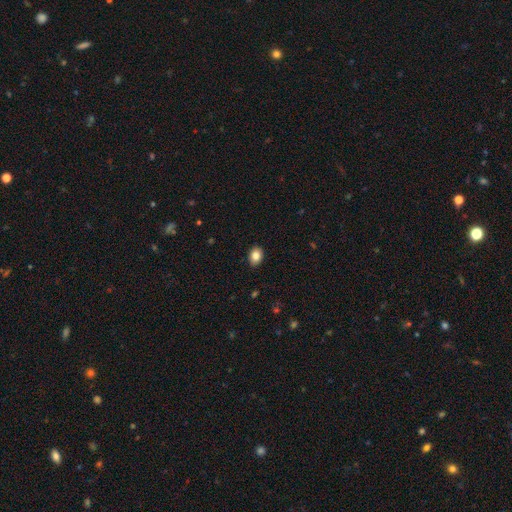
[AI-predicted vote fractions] A smooth galaxy with no disk features (84%) that is in between round and cigar-shaped (72%). Merging: none (90%).